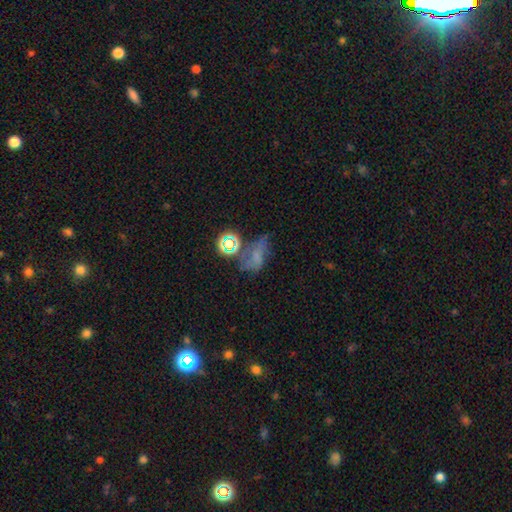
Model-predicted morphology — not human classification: A star or artifact, not a galaxy (36%).

Vote fractions:
- Smooth or featured? star or artifact: 36% / smooth: 35% / featured or disk: 28%